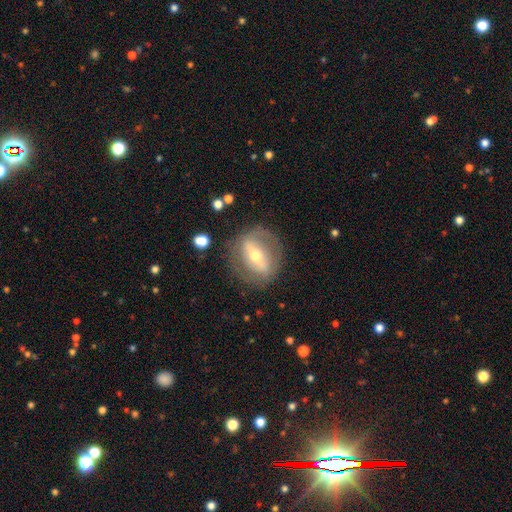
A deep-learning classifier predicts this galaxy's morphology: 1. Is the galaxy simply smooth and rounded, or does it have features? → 69% featured or disk, 25% smooth, 7% star or artifact.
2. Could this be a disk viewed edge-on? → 88% no, 12% yes.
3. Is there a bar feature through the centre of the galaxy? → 58% strong, 26% weak, 16% no.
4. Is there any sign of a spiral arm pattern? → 59% no, 41% yes.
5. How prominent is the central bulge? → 61% moderate, 32% small, 5% large, 1% dominant, 1% none.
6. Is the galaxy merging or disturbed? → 76% none, 14% minor disturbance, 8% major disturbance, 2% merger.